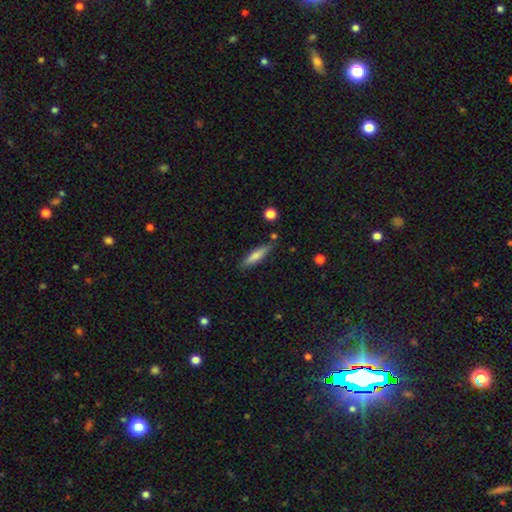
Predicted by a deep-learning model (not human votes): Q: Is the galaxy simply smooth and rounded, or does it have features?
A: smooth — 71%.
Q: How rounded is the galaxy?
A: cigar-shaped — 80%.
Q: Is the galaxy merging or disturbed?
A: none — 79%.